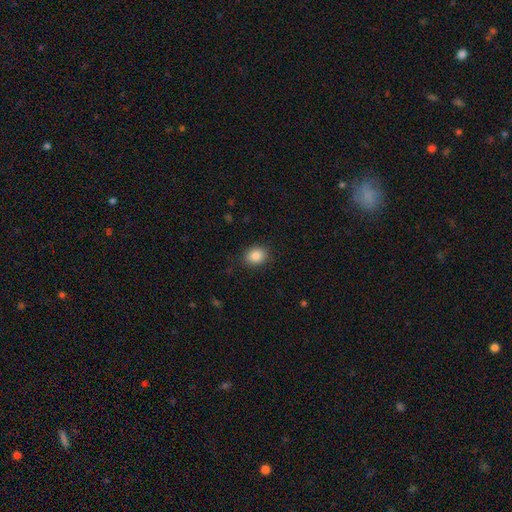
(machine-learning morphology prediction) type=smooth (87%); roundness=round (54%); merging=none (87%).